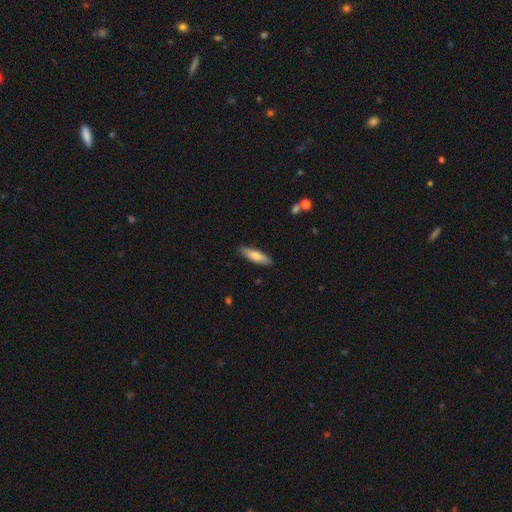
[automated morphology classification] smooth 75%, featured or disk 20%, star or artifact 6%. Down the decision tree: how rounded — cigar-shaped (62%); merging — none (87%).